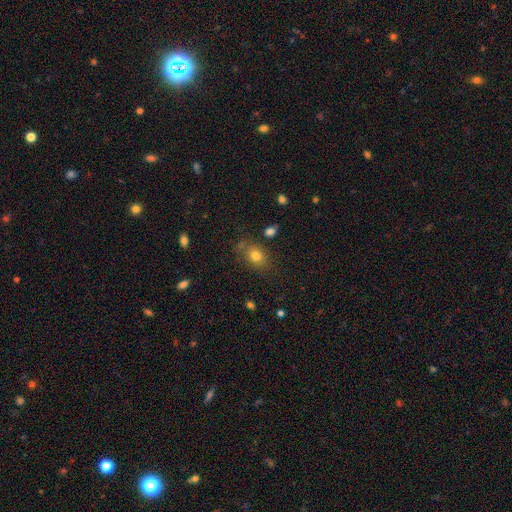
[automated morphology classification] A smooth galaxy with no disk features (79%) that is in between round and cigar-shaped (59%). Merging: none (72%).